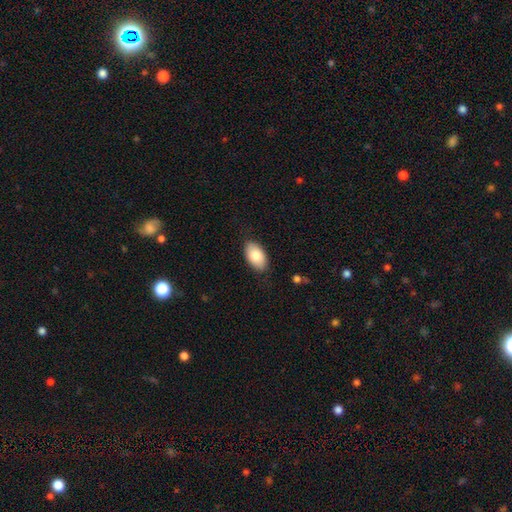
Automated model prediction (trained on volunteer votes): Morphology: type=smooth (82%); roundness=in between (94%); merging=none (84%).